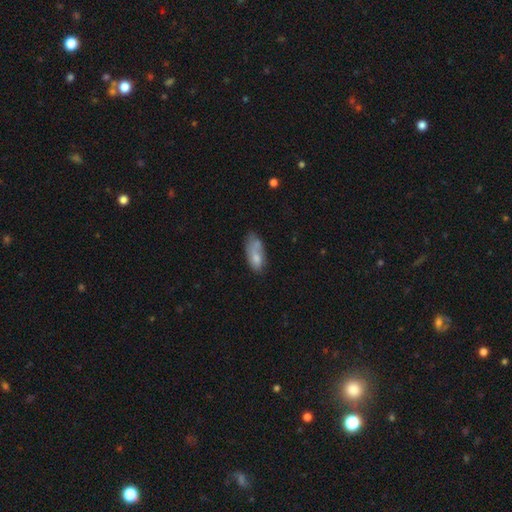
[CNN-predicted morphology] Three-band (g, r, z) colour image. It shows a smooth galaxy with no disk features (69%) that is in between round and cigar-shaped (84%). Merging: none (38%).